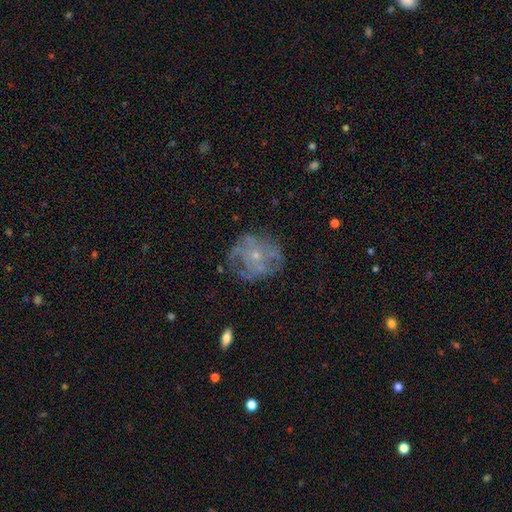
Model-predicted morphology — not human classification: smooth-or-featured: featured or disk: 65% | smooth: 23% | star or artifact: 12%
  disk-edge-on: no: 97% | yes: 3%
    bar: no: 85% | weak: 12% | strong: 2%
    has-spiral-arms: yes: 51% | no: 49%
    bulge-size: small: 77% | moderate: 18% | none: 3% | large: 1% | dominant: 1%
  merging: none: 59% | minor disturbance: 21% | major disturbance: 17% | merger: 2%